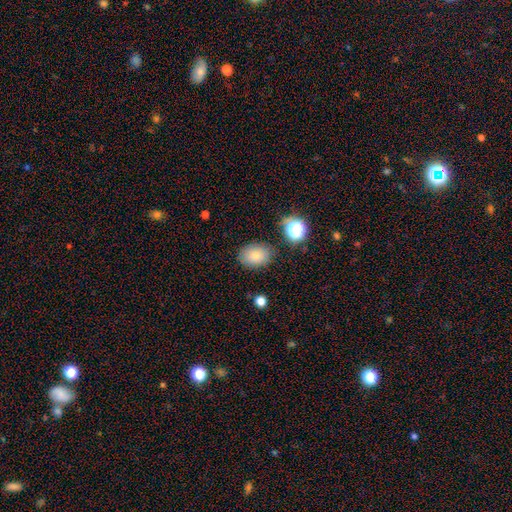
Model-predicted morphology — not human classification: A smooth galaxy with no disk features (79%) that is in between round and cigar-shaped (72%). Merging: none (81%).